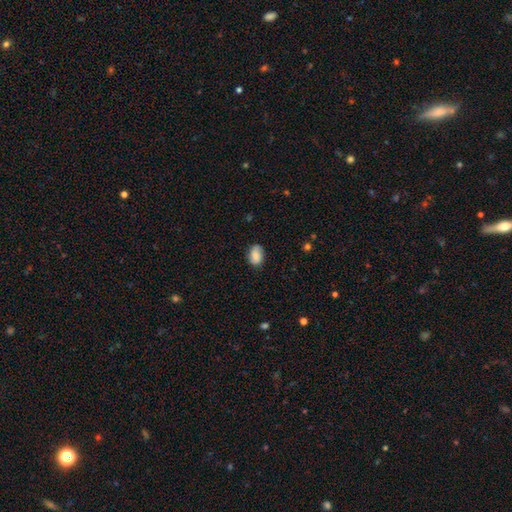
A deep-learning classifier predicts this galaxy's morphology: Smooth or featured? smooth (81%)
How rounded? in between (83%)
Merging? none (77%)